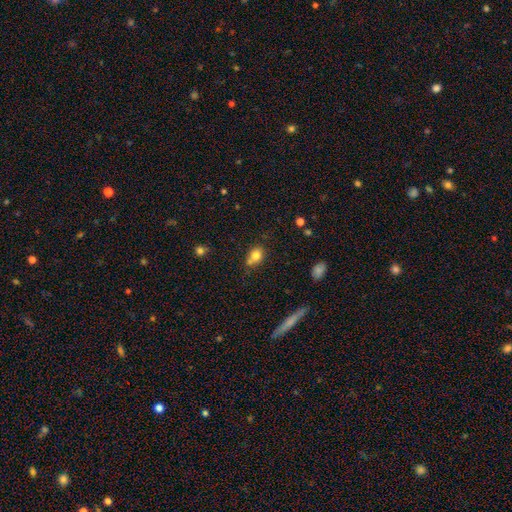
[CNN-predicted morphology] smooth 78%, star or artifact 11%, featured or disk 11%. Down the decision tree: how rounded — round (56%); merging — none (53%).